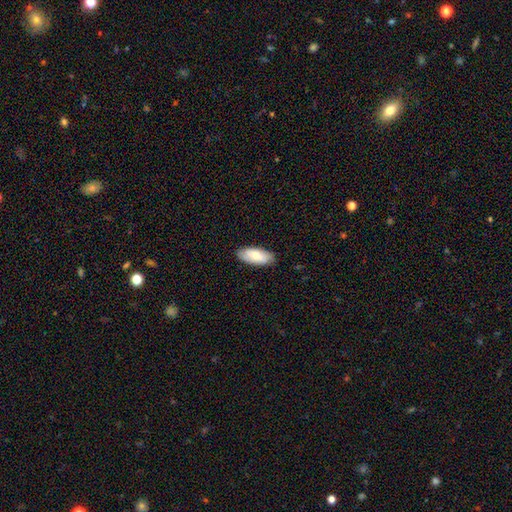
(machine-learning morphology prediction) Overall: smooth (72%). How rounded: in between (88%). Merging: none (87%).